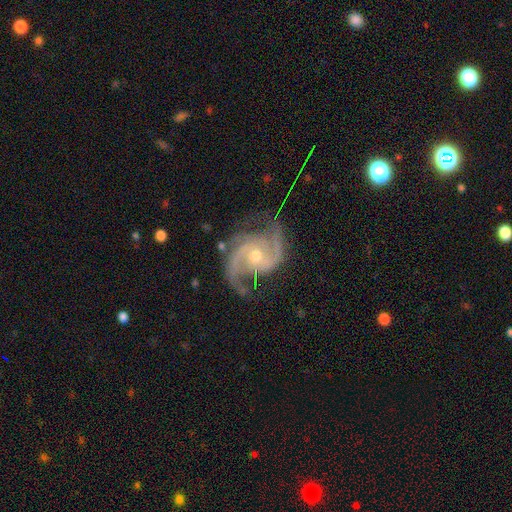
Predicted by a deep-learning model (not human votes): smooth_or_featured: featured or disk (p=0.92) [alt: star or artifact p=0.05]
disk_edge_on: no (p=0.98) [alt: yes p=0.02]
bar: no (p=0.61) [alt: weak p=0.31]
has_spiral_arms: yes (p=0.98) [alt: no p=0.02]
spiral_winding: medium (p=0.58) [alt: loose p=0.21]
spiral_arm_count: 2 (p=0.79) [alt: 3 p=0.11]
bulge_size: moderate (p=0.55) [alt: small p=0.41]
merging: none (p=0.72) [alt: minor disturbance p=0.18]